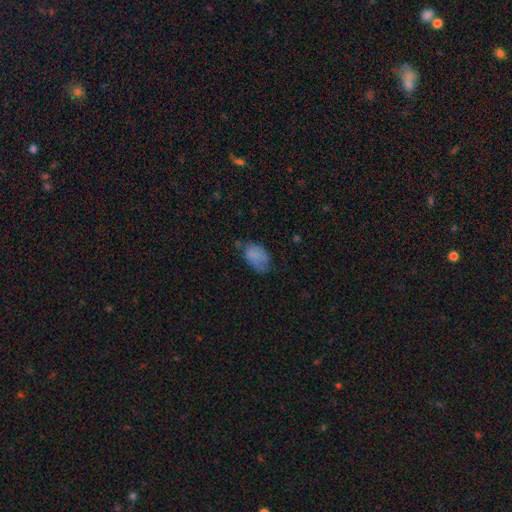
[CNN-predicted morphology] type=smooth (75%); roundness=in between (90%); merging=none (47%).